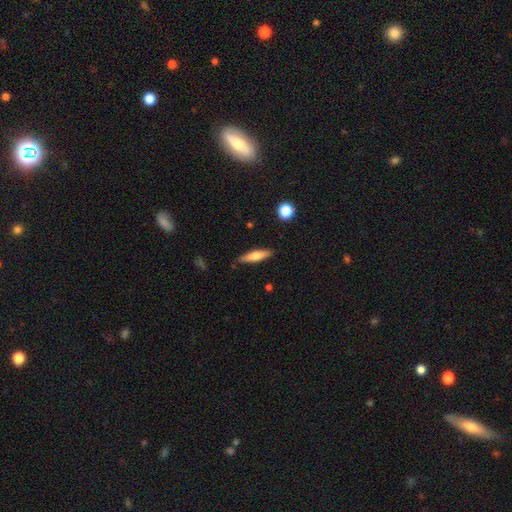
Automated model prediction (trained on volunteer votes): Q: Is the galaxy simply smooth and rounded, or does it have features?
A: smooth — 60%.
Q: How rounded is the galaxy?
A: cigar-shaped — 74%.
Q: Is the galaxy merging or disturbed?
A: none — 86%.